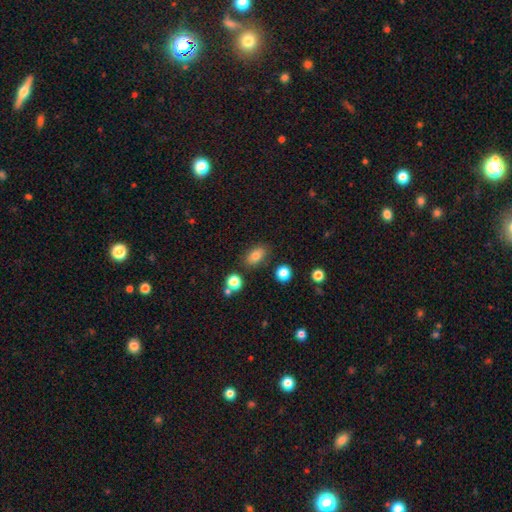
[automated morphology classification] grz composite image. It shows a smooth galaxy with no disk features (77%) that is in between round and cigar-shaped (81%). Merging: none (80%).